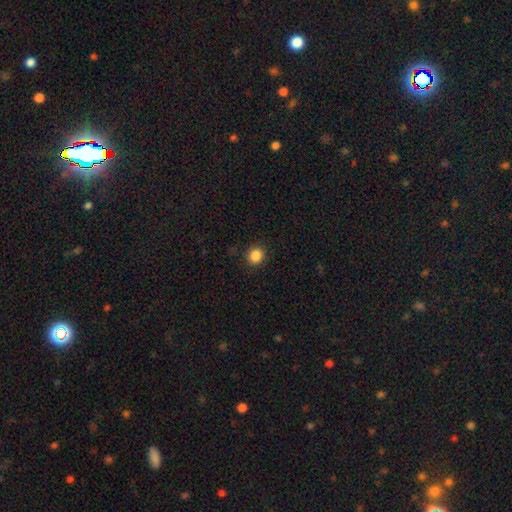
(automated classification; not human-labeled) Q: Smooth or featured?
A: smooth (86%); runner-up: star or artifact (11%)
Q: How rounded?
A: round (84%); runner-up: in between (15%)
Q: Merging?
A: none (91%); runner-up: minor disturbance (6%)